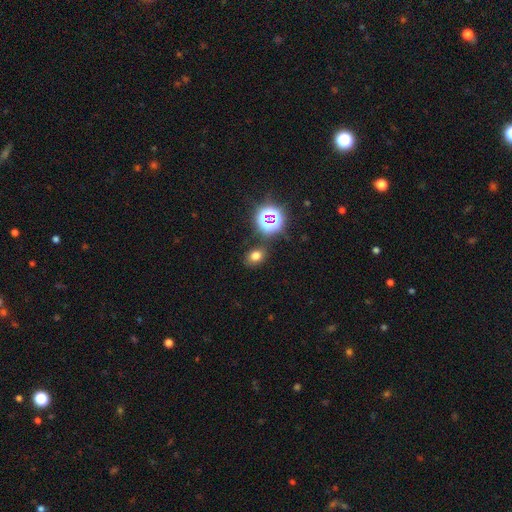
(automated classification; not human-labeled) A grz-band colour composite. It shows a smooth galaxy with no disk features (68%) that is in between round and cigar-shaped (63%). Merging: none (81%).